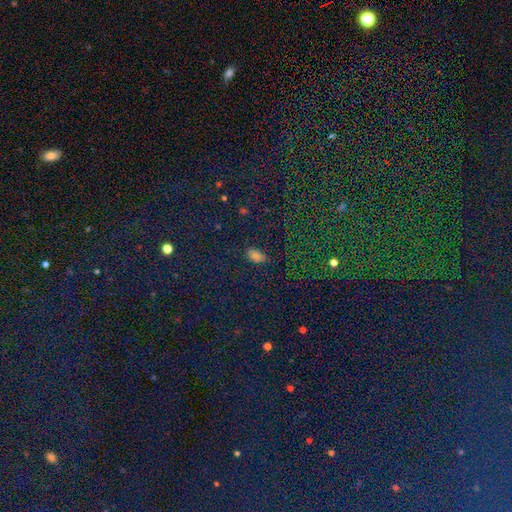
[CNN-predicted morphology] type=smooth (65%); roundness=in between (89%); merging=none (83%).